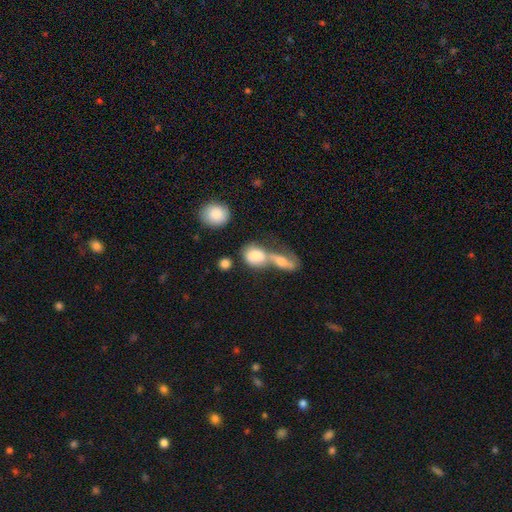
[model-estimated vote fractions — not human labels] A smooth galaxy with no disk features (78%) that is in between round and cigar-shaped (52%).

Vote fractions:
- Smooth or featured? smooth: 78% / featured or disk: 14% / star or artifact: 8%
- How rounded? in between: 52% / round: 45% / cigar-shaped: 3%
- Merging? merger: 67% / none: 19% / minor disturbance: 8% / major disturbance: 6%